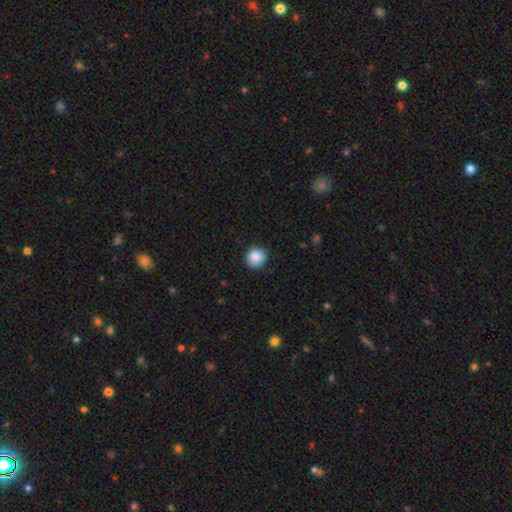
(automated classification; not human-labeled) Smooth or featured? smooth (87%)
How rounded? round (88%)
Merging? none (86%)